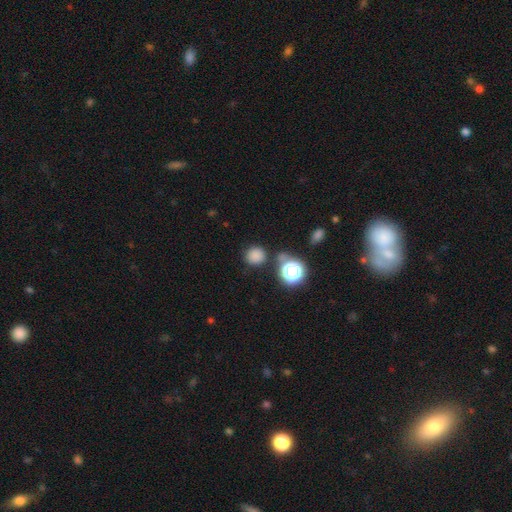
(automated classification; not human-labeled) The model was most divided on "smooth or featured": smooth: 79%, star or artifact: 16%, featured or disk: 5%. More confident: how rounded — round (89%); merging — none (79%).